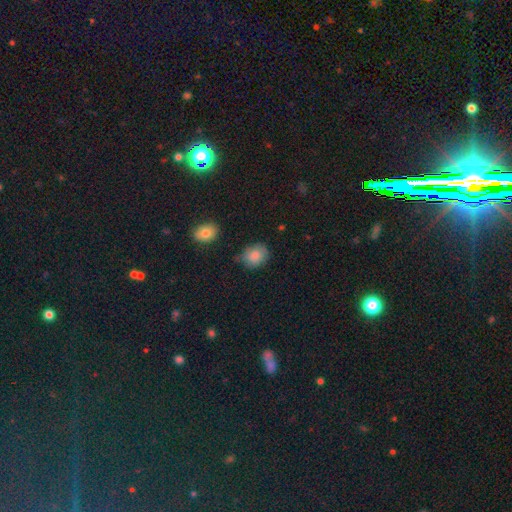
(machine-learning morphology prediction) Overall: smooth (82%). How rounded: in between (51%; round 48%). Merging: none (67%).